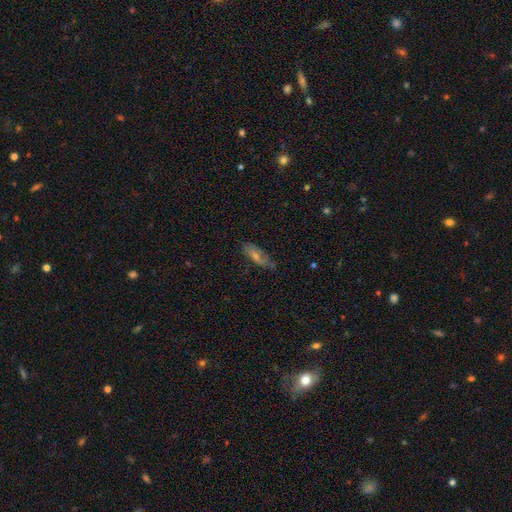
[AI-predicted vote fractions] smooth 43% (tied), featured or disk 43% (tied), star or artifact 14%. Down the decision tree: merging — none (73%).